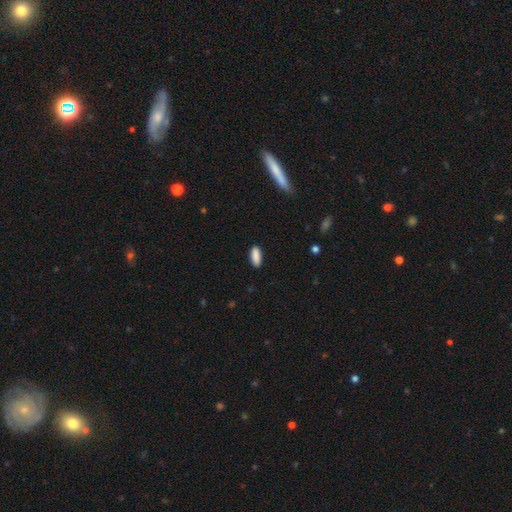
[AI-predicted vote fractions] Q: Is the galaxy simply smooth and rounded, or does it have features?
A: smooth — 90%.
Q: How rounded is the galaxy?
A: in between — 73%.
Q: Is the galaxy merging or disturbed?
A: none — 88%.